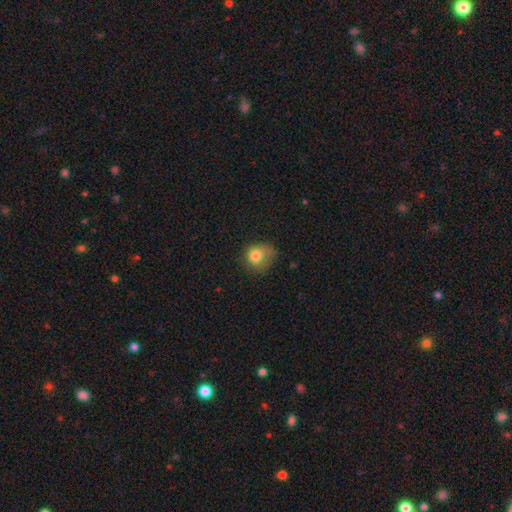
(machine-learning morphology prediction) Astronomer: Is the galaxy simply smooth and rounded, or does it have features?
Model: smooth — 79%.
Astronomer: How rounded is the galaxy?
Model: round — 67%.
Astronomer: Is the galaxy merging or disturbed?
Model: none — 38% (runner-up: minor disturbance, 35%).